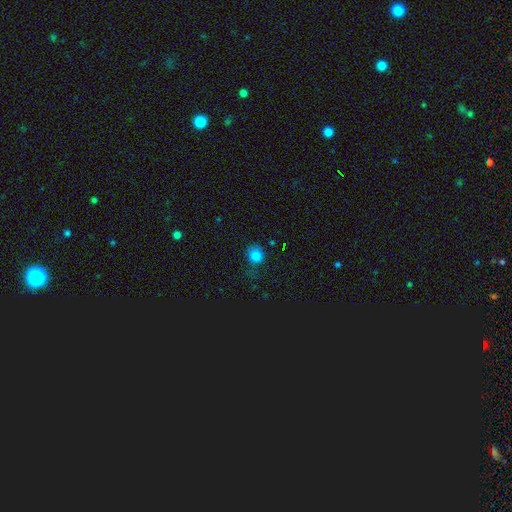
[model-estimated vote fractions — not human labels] Smooth or featured?
  - smooth: 81% *
  - star or artifact: 13%
  - featured or disk: 5%
How rounded?
  - round: 81% *
  - in between: 17%
  - cigar-shaped: 1%
Merging?
  - none: 70% *
  - minor disturbance: 22%
  - major disturbance: 7%
  - merger: 2%